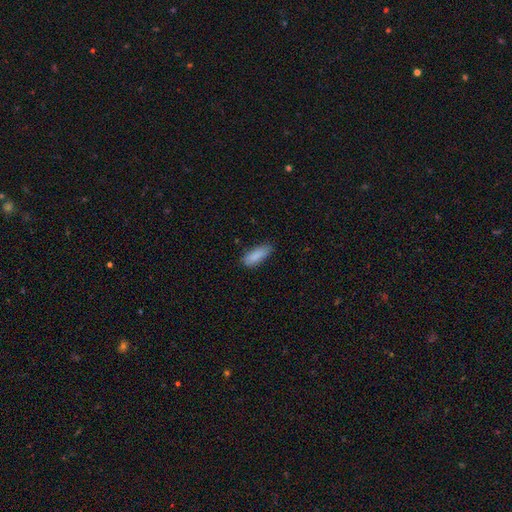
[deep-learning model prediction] Overall: smooth (87%). How rounded: in between (70%). Merging: none (71%).